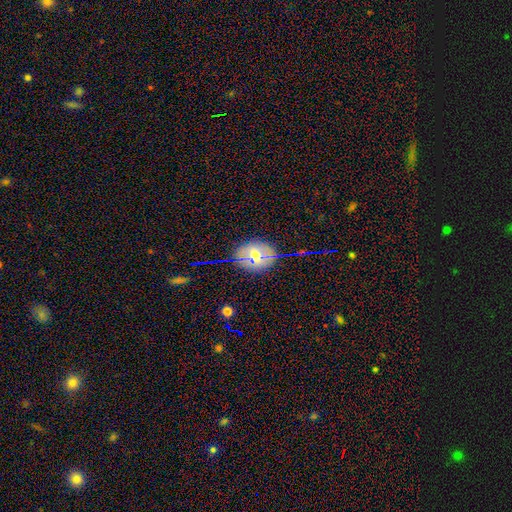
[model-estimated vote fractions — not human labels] Smooth or featured: smooth — 54% (star or artifact — 23%)
How rounded: round — 56% (in between — 41%)
Merging: none — 84% (minor disturbance — 10%)